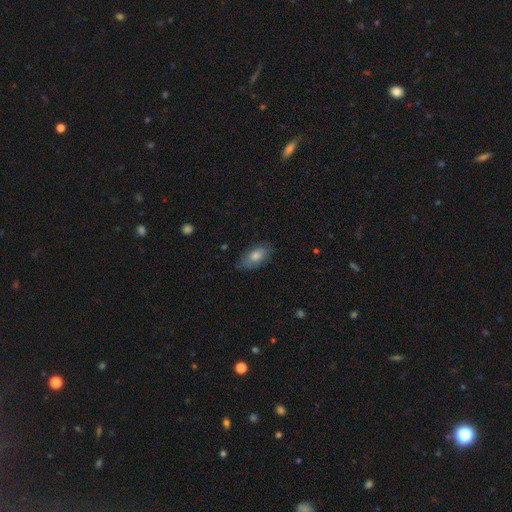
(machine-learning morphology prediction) Overall: smooth (67%). How rounded: in between (88%). Merging: none (76%).